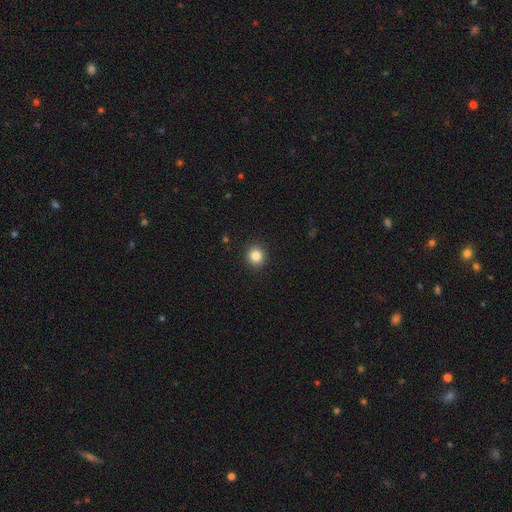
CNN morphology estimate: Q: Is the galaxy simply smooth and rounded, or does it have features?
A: smooth — 85%.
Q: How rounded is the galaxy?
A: round — 89%.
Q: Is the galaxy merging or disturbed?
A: none — 92%.